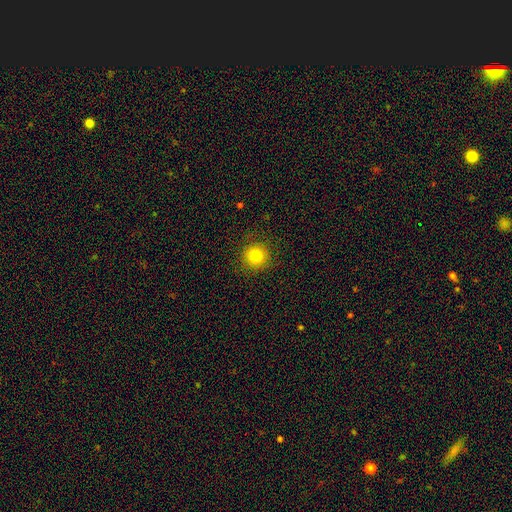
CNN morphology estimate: Smooth or featured? smooth (82%)
How rounded? round (94%)
Merging? none (88%)